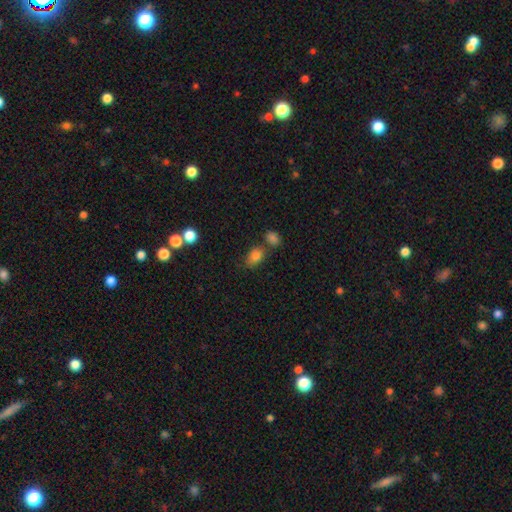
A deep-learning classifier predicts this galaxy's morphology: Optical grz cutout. It shows a smooth galaxy with no disk features (82%) that is in between round and cigar-shaped (80%). Merging: none (57%).